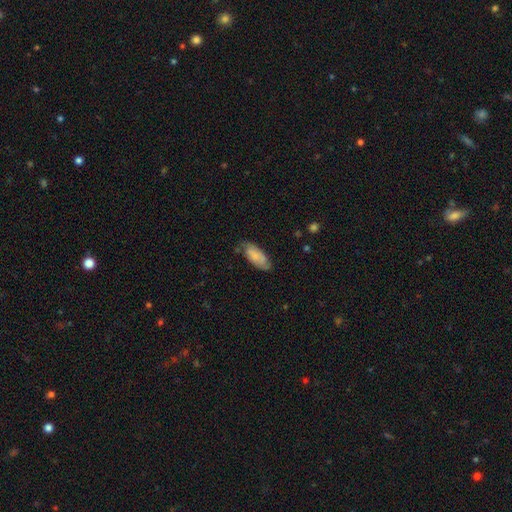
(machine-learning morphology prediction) A smooth galaxy with no disk features (69%) that is in between round and cigar-shaped (85%).

Vote fractions:
- Smooth or featured? smooth: 69% / featured or disk: 24% / star or artifact: 7%
- How rounded? in between: 85% / cigar-shaped: 14% / round: 2%
- Merging? none: 68% / minor disturbance: 25% / major disturbance: 5% / merger: 2%